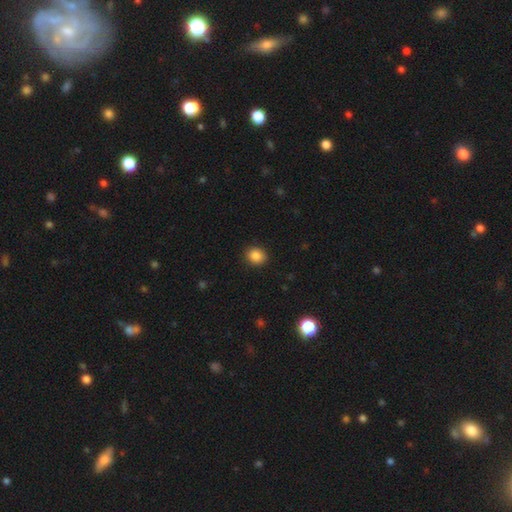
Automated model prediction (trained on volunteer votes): Morphology: type=smooth (86%); roundness=round (71%); merging=none (91%).